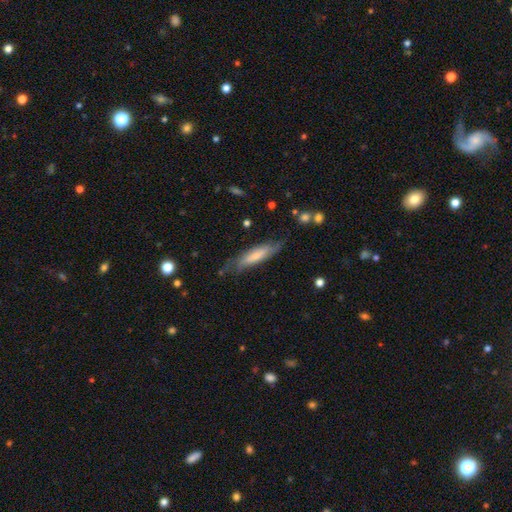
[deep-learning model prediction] smooth-or-featured: smooth: 59% | featured or disk: 35% | star or artifact: 5%
  how-rounded: cigar-shaped: 74% | in between: 24% | round: 2%
  merging: none: 66% | minor disturbance: 24% | major disturbance: 8% | merger: 2%